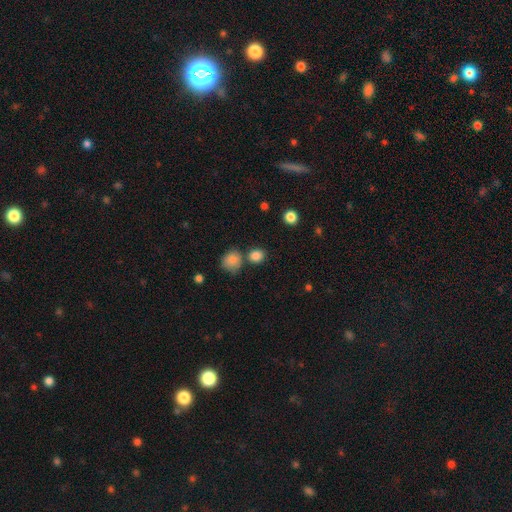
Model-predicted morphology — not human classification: Smooth or featured: smooth — 84% (star or artifact — 11%)
How rounded: round — 79% (in between — 20%)
Merging: none — 70% (merger — 17%)